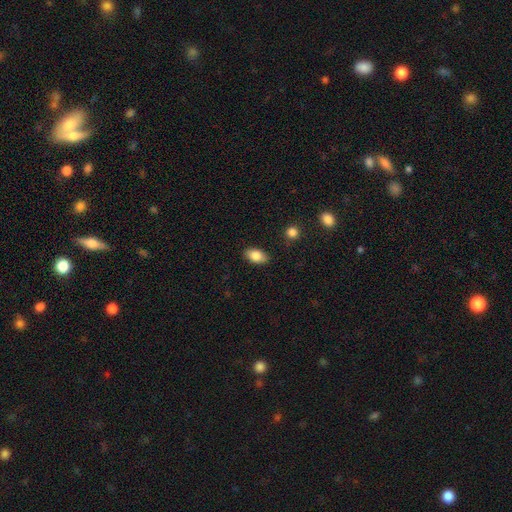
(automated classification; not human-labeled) Morphology: type=smooth (83%); roundness=in between (91%); merging=none (86%).